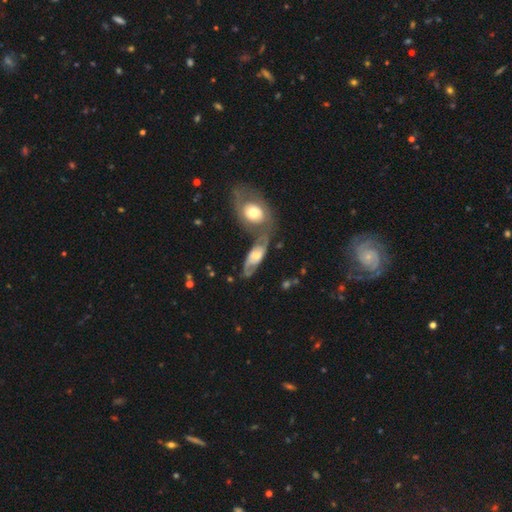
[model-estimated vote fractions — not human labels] Smooth or featured: featured or disk — 77% (smooth — 18%)
Edge-on disk: no — 91% (yes — 9%)
Bar: no — 50% (weak — 39%)
Spiral arms: yes — 90% (no — 10%)
Spiral winding: medium — 48% (loose — 28%)
Spiral arm count: 2 — 84% (can't tell — 9%)
Bulge size: moderate — 45% (small — 25%)
Merging: none — 44% (merger — 31%)